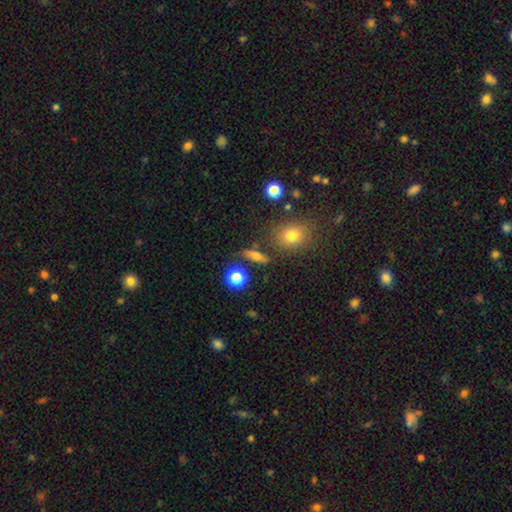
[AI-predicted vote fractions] Morphology: type=smooth (60%); roundness=cigar-shaped (39%); merging=none (78%).